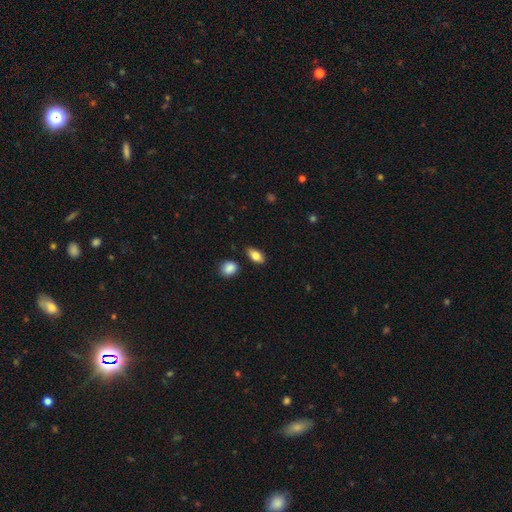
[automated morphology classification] Smooth or featured? Predicted: smooth (p=0.82). How rounded? Predicted: in between (p=0.88). Merging? Predicted: none (p=0.84).